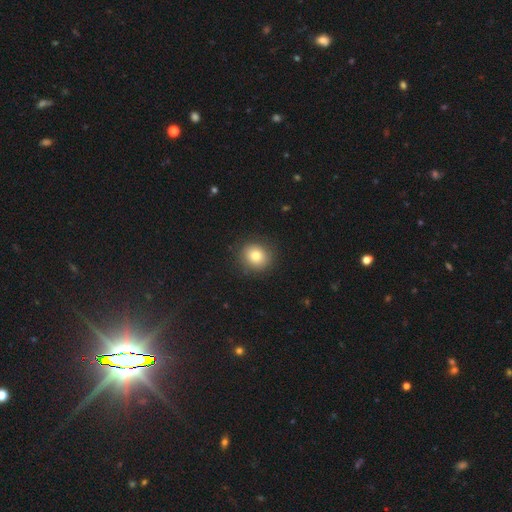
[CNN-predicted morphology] Overall: smooth (78%). How rounded: round (85%). Merging: none (88%).